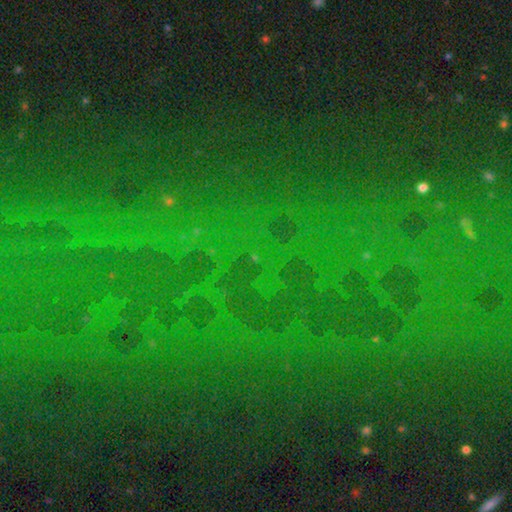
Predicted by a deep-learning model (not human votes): This appears to be a star or artifact, not a galaxy (82%).